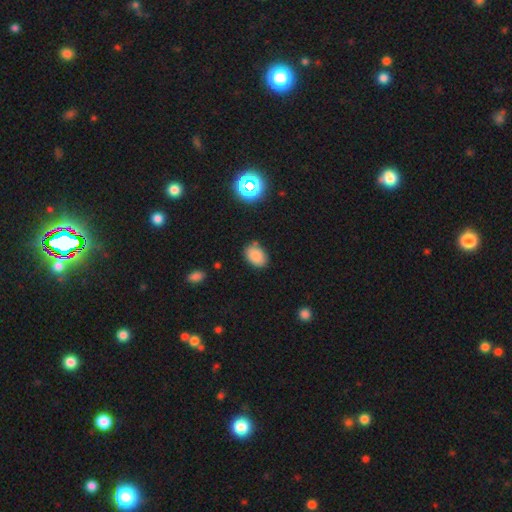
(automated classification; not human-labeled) Q: Smooth or featured?
A: smooth (83%); runner-up: star or artifact (12%)
Q: How rounded?
A: in between (81%); runner-up: round (17%)
Q: Merging?
A: none (78%); runner-up: minor disturbance (15%)